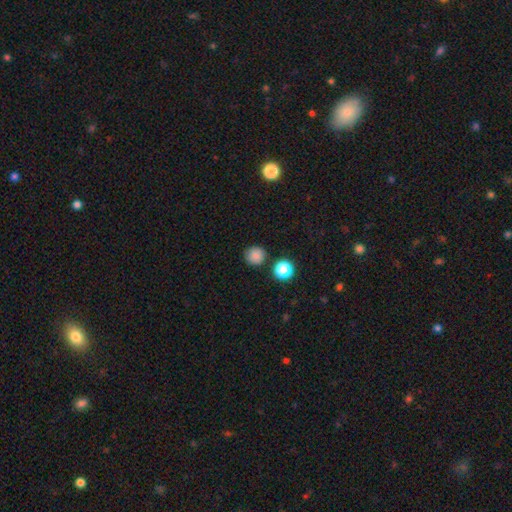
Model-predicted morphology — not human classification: The model was most divided on "smooth or featured": smooth: 83%, star or artifact: 13%, featured or disk: 5%. More confident: how rounded — round (93%); merging — none (85%).